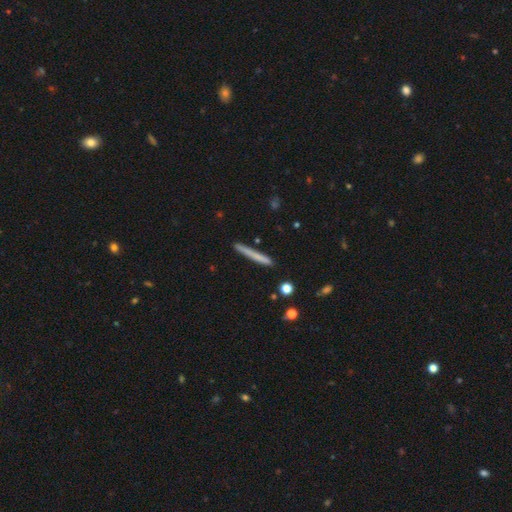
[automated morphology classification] Q: Smooth or featured?
A: smooth (68%); runner-up: featured or disk (26%)
Q: How rounded?
A: cigar-shaped (97%); runner-up: in between (2%)
Q: Merging?
A: none (89%); runner-up: minor disturbance (8%)